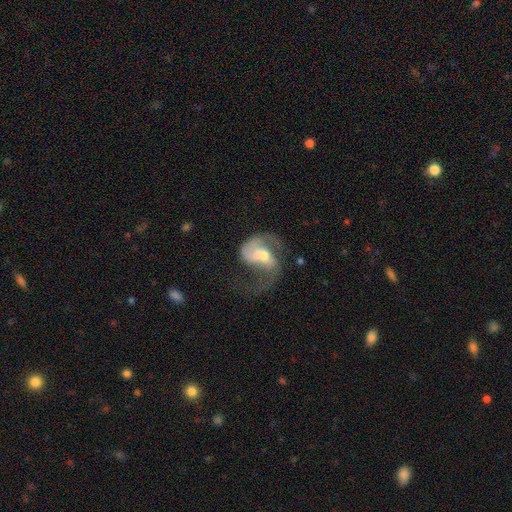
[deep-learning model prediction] Morphology: type=featured or disk (73%); edge-on=no (97%); bar=no (50%); spiral arms=yes (83%); winding=loose (57%); arm count=2 (56%); bulge=moderate (57%); merging=major disturbance (45%).